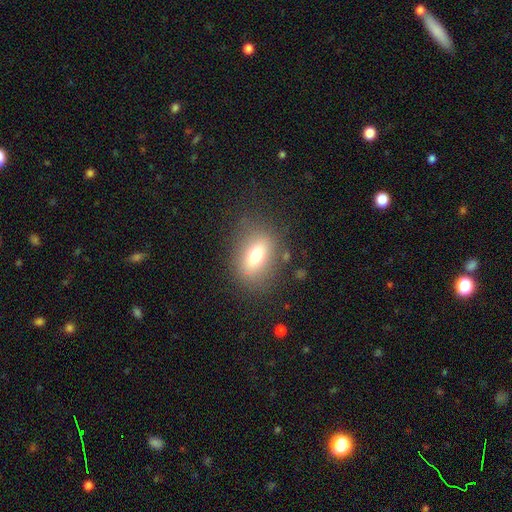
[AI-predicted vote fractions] A smooth galaxy with no disk features (69%) that is in between round and cigar-shaped (74%).

Vote fractions:
- Smooth or featured? smooth: 69% / featured or disk: 20% / star or artifact: 12%
- How rounded? in between: 74% / round: 22% / cigar-shaped: 4%
- Merging? none: 76% / minor disturbance: 14% / major disturbance: 8% / merger: 2%